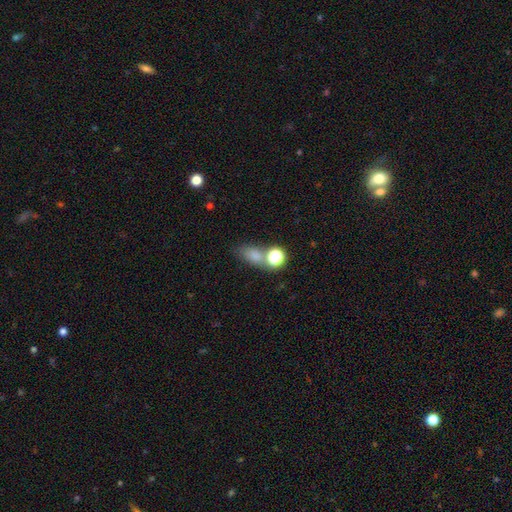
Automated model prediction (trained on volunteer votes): This is likely a smooth galaxy (71%). How rounded: likely in between (65%). Merging: possibly none (50%).